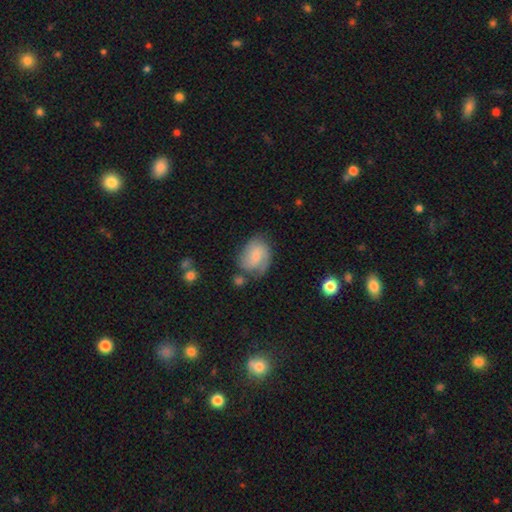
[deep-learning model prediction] A smooth galaxy with no disk features (48%).

Vote fractions:
- Smooth or featured? smooth: 48% / featured or disk: 45% / star or artifact: 7%
- Merging? none: 53% / minor disturbance: 27% / major disturbance: 13% / merger: 7%